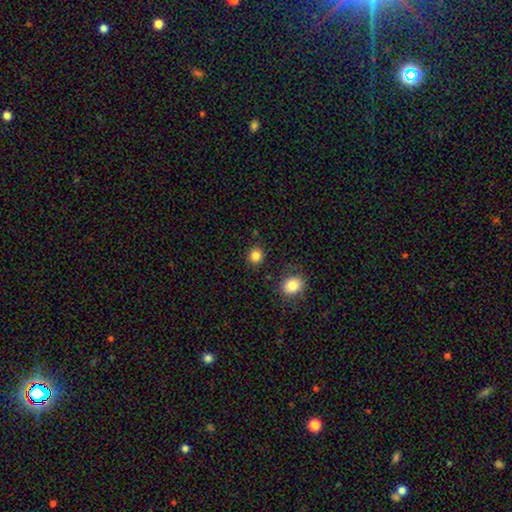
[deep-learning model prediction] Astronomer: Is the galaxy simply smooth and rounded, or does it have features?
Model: smooth — 85%.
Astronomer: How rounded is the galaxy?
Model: round — 85%.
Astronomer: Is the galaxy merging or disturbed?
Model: none — 87%.